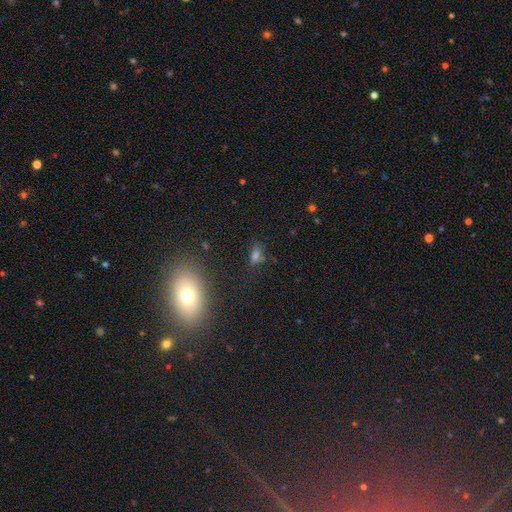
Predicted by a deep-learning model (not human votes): A smooth galaxy with no disk features (61%) that is in between round and cigar-shaped (76%).

Vote fractions:
- Smooth or featured? smooth: 61% / star or artifact: 27% / featured or disk: 11%
- How rounded? in between: 76% / round: 18% / cigar-shaped: 6%
- Merging? none: 68% / minor disturbance: 16% / merger: 9% / major disturbance: 7%